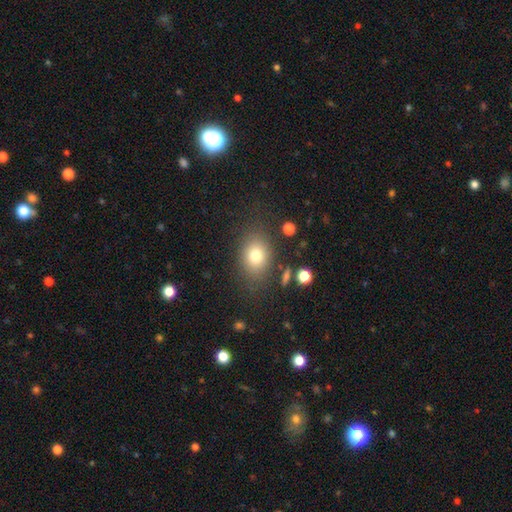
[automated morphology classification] A smooth galaxy with no disk features (77%) that is in between round and cigar-shaped (61%). Merging: none (78%).